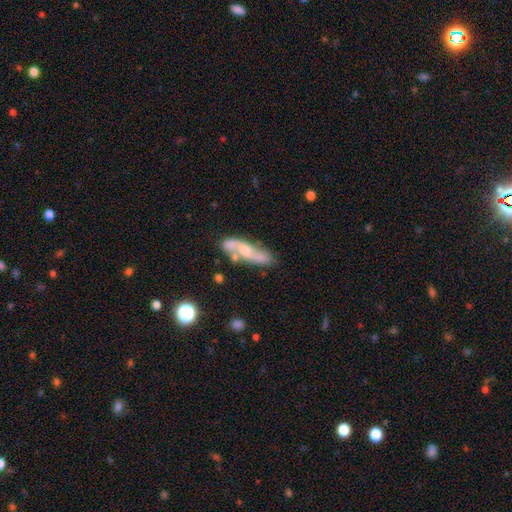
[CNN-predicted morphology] smooth_or_featured: featured or disk (p=0.62) [alt: smooth p=0.31]
disk_edge_on: no (p=0.78) [alt: yes p=0.22]
merging: none (p=0.56) [alt: minor disturbance p=0.20]